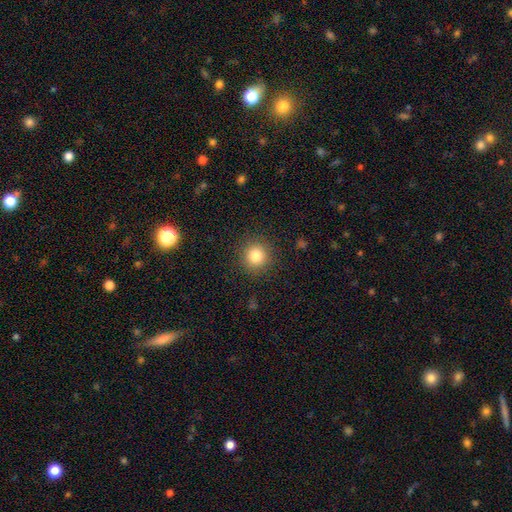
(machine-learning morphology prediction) Overall: smooth (82%). How rounded: round (92%). Merging: none (90%).